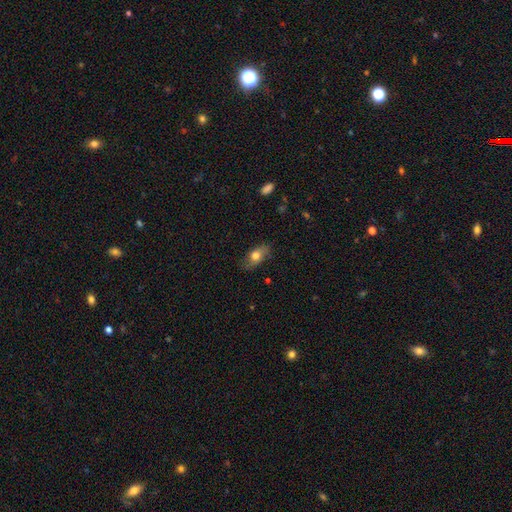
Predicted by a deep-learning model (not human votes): This is likely a smooth galaxy (71%). How rounded: clearly in between (82%). Merging: likely none (77%).